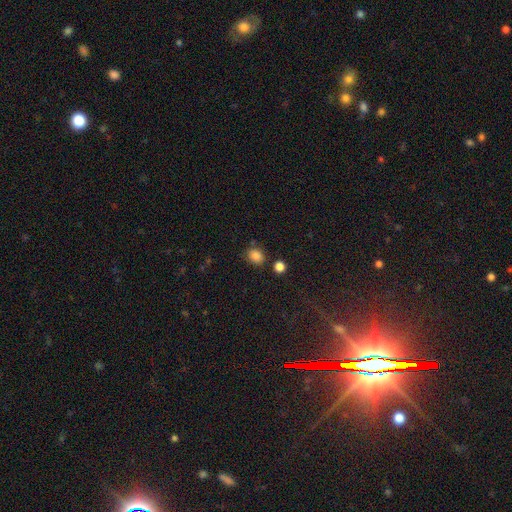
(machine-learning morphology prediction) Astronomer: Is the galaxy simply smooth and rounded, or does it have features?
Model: smooth — 84%.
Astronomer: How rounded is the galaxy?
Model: in between — 52% (runner-up: round, 47%).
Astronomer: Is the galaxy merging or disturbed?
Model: none — 76%.